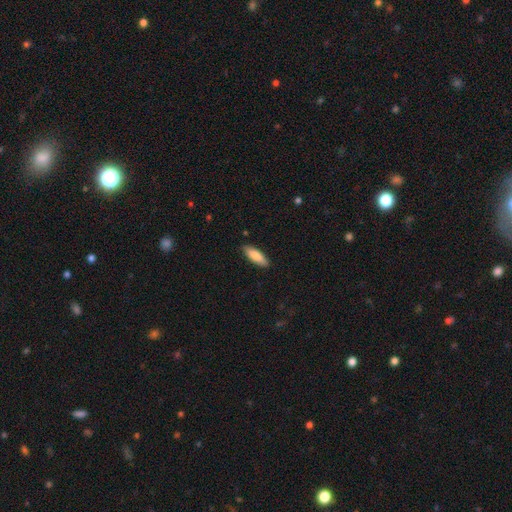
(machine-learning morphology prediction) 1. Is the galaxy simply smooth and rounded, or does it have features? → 83% smooth, 11% featured or disk, 6% star or artifact.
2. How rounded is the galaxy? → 59% in between, 39% cigar-shaped, 2% round.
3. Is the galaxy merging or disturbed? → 87% none, 11% minor disturbance, 2% major disturbance, 1% merger.